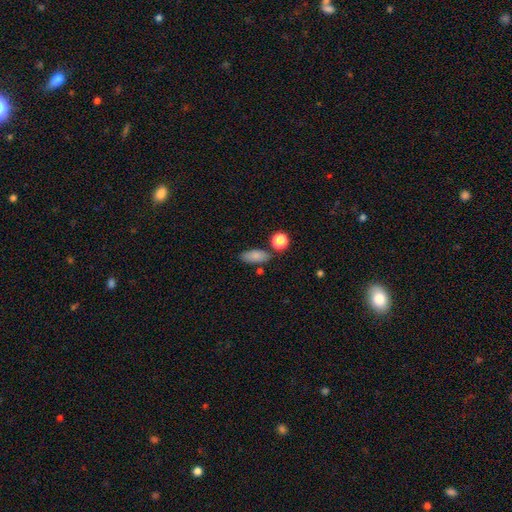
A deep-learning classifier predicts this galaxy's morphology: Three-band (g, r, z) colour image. It shows a smooth galaxy with no disk features (83%) that is in between round and cigar-shaped (84%). Merging: none (75%).